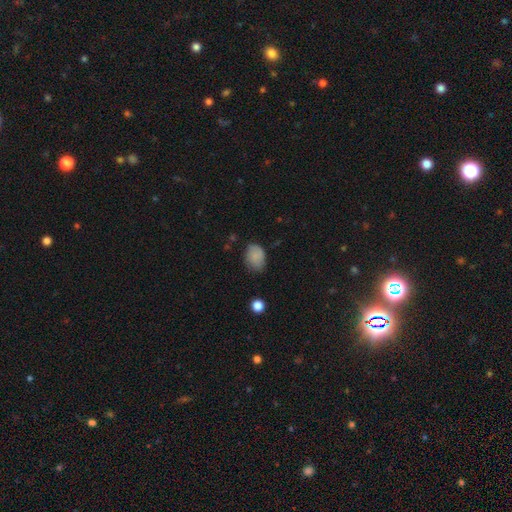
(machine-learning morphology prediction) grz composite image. It shows a smooth galaxy with no disk features (82%) that is in between round and cigar-shaped (74%). Merging: none (63%).